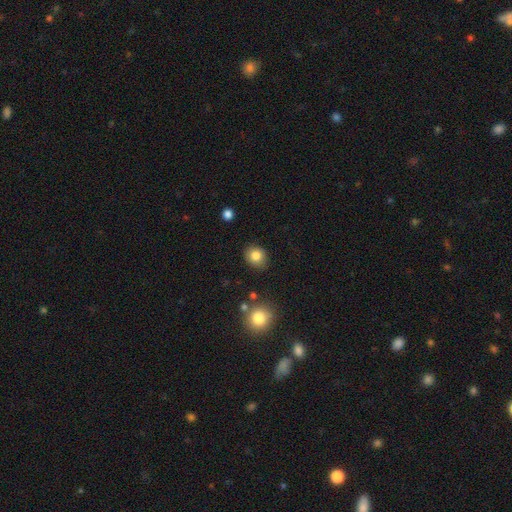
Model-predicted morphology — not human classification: A smooth galaxy with no disk features (83%) that is round (69%). Merging: none (85%).